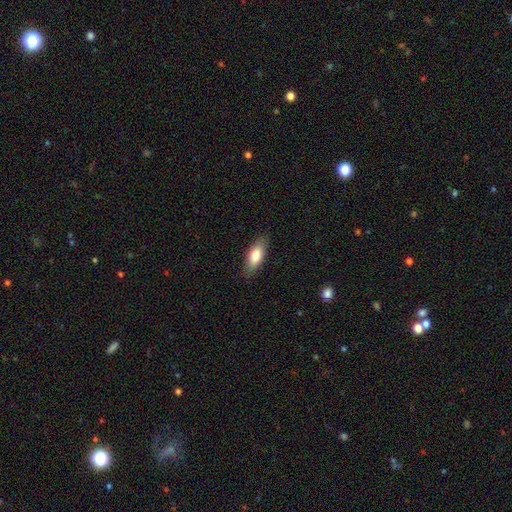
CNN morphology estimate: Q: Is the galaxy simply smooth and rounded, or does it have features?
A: smooth — 76%.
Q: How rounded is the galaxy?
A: in between — 75%.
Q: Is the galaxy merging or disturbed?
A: none — 86%.